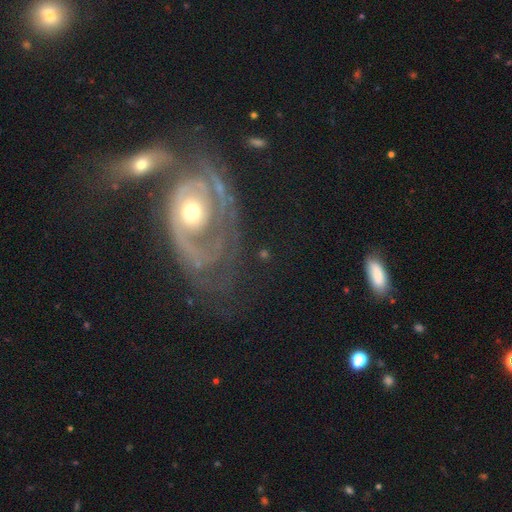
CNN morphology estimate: The model was most divided on "merging": none: 32%, merger: 27%, major disturbance: 24%, minor disturbance: 18%. Remaining: edge-on disk — no (95%); smooth or featured — featured or disk (79%); bar — no (74%); spiral arms — yes (67%); bulge size — moderate (66%); spiral winding — tight (50%); spiral arm count — 2 (38%).